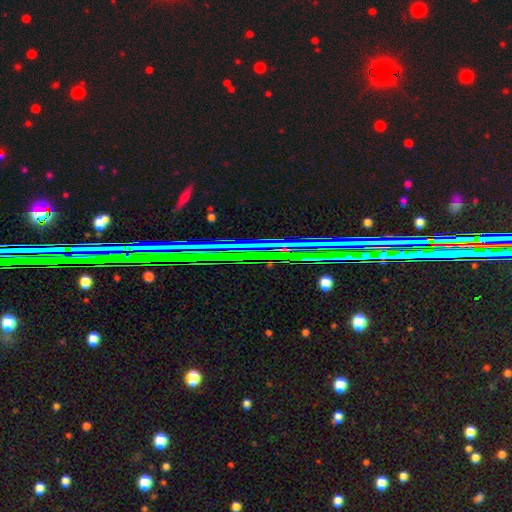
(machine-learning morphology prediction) Smooth or featured? Predicted: star or artifact (p=0.81).